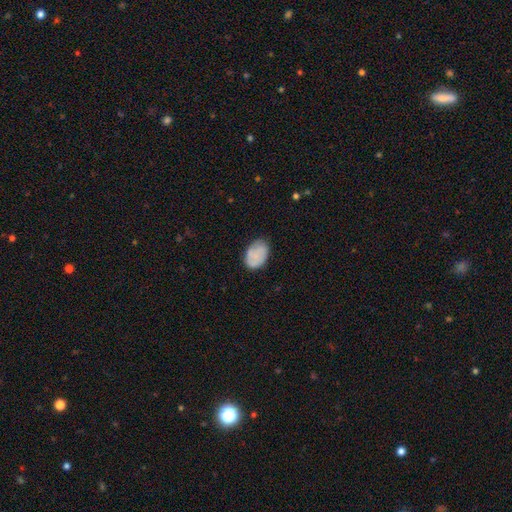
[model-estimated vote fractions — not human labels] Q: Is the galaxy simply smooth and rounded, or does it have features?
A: smooth — 78%.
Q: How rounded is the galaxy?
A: in between — 86%.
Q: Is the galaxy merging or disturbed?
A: none — 70%.